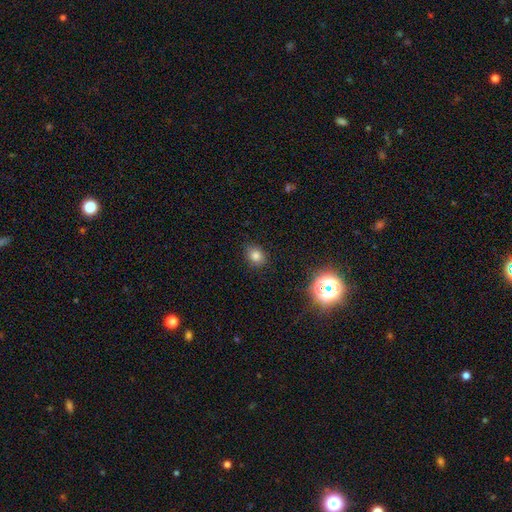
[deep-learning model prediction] Q: Smooth or featured?
A: smooth (79%); runner-up: star or artifact (15%)
Q: How rounded?
A: round (52%); runner-up: in between (47%)
Q: Merging?
A: none (86%); runner-up: minor disturbance (11%)